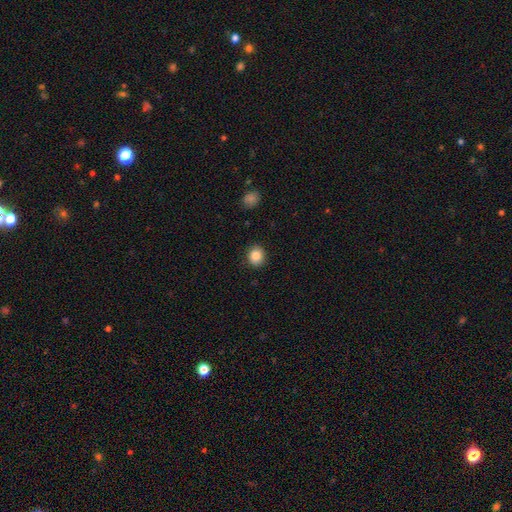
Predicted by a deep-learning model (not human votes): A smooth galaxy with no disk features (86%) that is round (81%).

Vote fractions:
- Smooth or featured? smooth: 86% / star or artifact: 10% / featured or disk: 4%
- How rounded? round: 81% / in between: 18% / cigar-shaped: 1%
- Merging? none: 89% / minor disturbance: 7% / major disturbance: 2% / merger: 1%